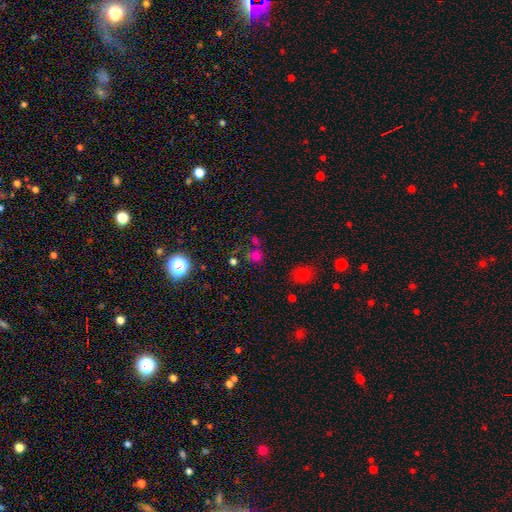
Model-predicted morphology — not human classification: smooth-or-featured: smooth: 62% | star or artifact: 28% | featured or disk: 10%
  how-rounded: round: 83% | in between: 16% | cigar-shaped: 1%
  merging: none: 54% | merger: 26% | minor disturbance: 12% | major disturbance: 8%